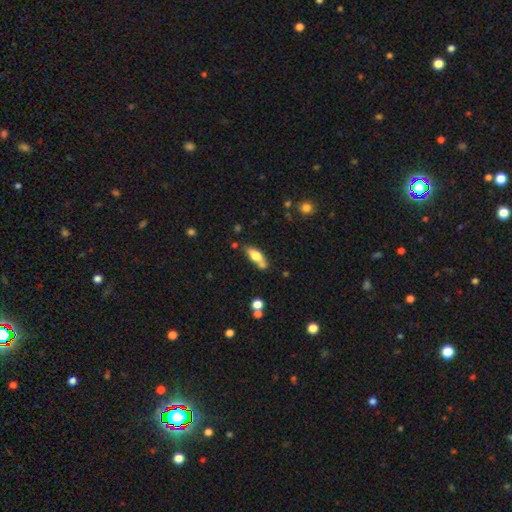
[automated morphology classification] Smooth or featured: smooth — 66% (featured or disk — 27%)
How rounded: in between — 67% (cigar-shaped — 30%)
Merging: none — 54% (minor disturbance — 21%)